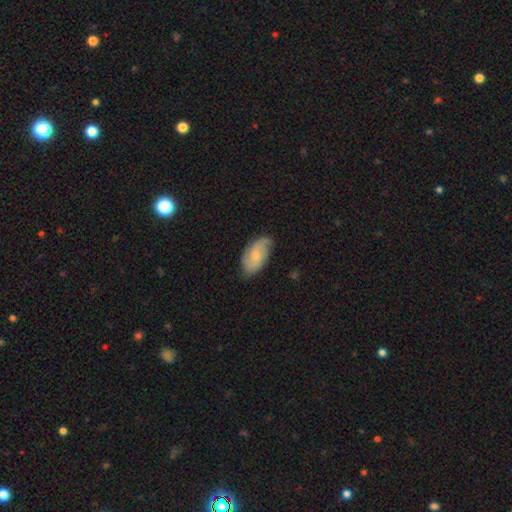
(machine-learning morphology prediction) Smooth or featured?
  - smooth: 50% *
  - featured or disk: 44%
  - star or artifact: 7%
Merging?
  - none: 72% *
  - minor disturbance: 22%
  - major disturbance: 5%
  - merger: 1%